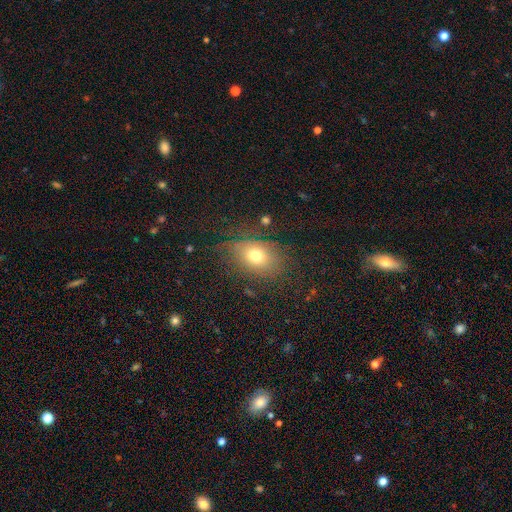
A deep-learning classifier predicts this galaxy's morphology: smooth_or_featured: smooth (p=0.70) [alt: featured or disk p=0.17]
how_rounded: in between (p=0.69) [alt: round p=0.29]
merging: none (p=0.67) [alt: minor disturbance p=0.19]